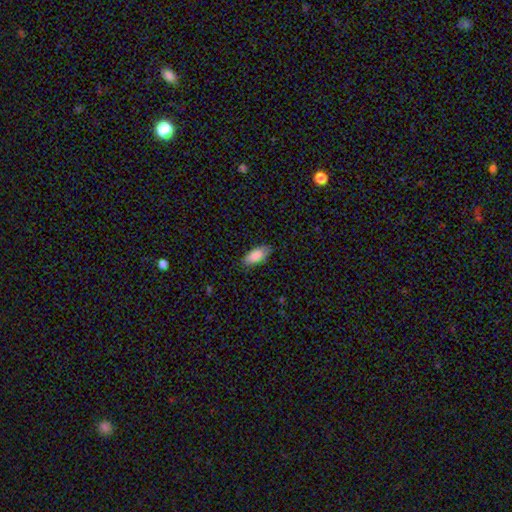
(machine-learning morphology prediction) A smooth galaxy with no disk features (88%) that is in between round and cigar-shaped (89%).

Vote fractions:
- Smooth or featured? smooth: 88% / star or artifact: 6% / featured or disk: 6%
- How rounded? in between: 89% / cigar-shaped: 9% / round: 2%
- Merging? none: 83% / minor disturbance: 13% / major disturbance: 3% / merger: 1%